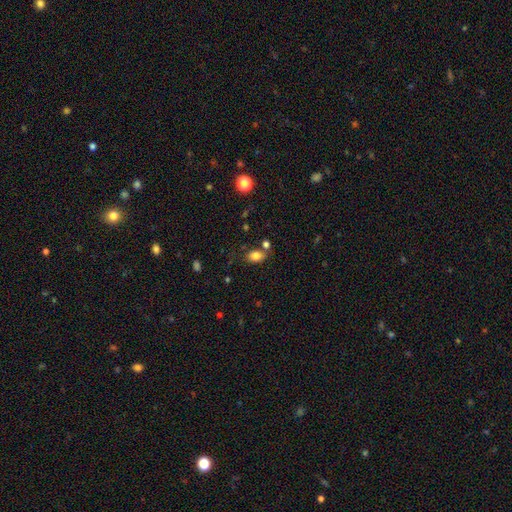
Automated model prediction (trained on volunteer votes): Smooth or featured?
  - smooth: 82% *
  - star or artifact: 11%
  - featured or disk: 7%
How rounded?
  - in between: 79% *
  - round: 19%
  - cigar-shaped: 1%
Merging?
  - none: 68% *
  - minor disturbance: 15%
  - merger: 13%
  - major disturbance: 5%